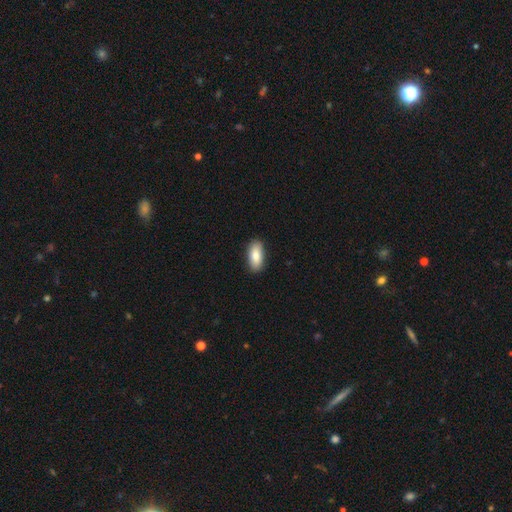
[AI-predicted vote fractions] Overall: smooth (84%). How rounded: in between (89%). Merging: none (89%).